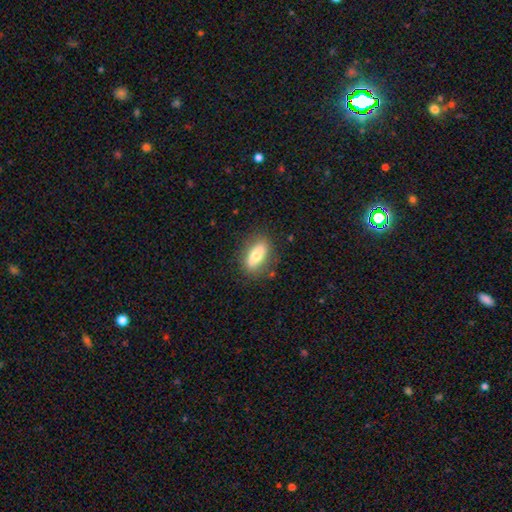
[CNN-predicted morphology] The model was most divided on "smooth or featured": smooth: 67%, featured or disk: 25%, star or artifact: 8%. More confident: how rounded — in between (85%); merging — none (83%).